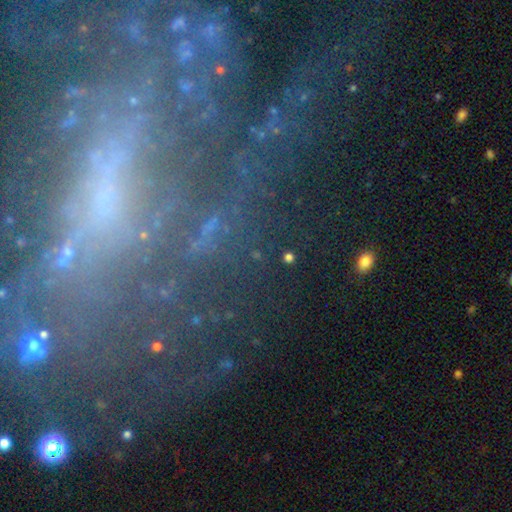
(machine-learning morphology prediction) Smooth or featured? featured or disk (66%)
Edge-on disk? no (91%)
Bar? no (39%)
Spiral arms? yes (71%)
Bulge size? small (46%)
Merging? none (62%)